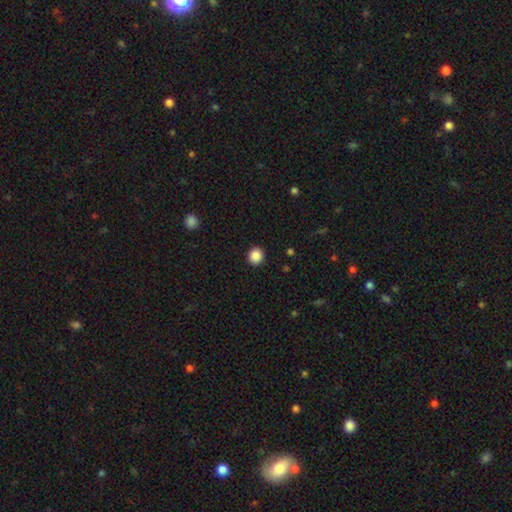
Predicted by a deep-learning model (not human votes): A smooth galaxy with no disk features (88%) that is round (89%).

Vote fractions:
- Smooth or featured? smooth: 88% / star or artifact: 9% / featured or disk: 3%
- How rounded? round: 89% / in between: 10% / cigar-shaped: 1%
- Merging? none: 92% / minor disturbance: 5% / major disturbance: 2% / merger: 1%